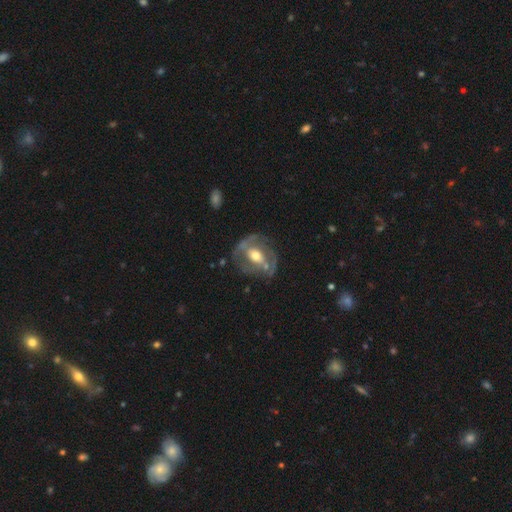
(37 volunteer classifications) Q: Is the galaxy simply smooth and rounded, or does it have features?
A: featured or disk — 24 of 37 (65%).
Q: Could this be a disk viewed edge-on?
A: no — 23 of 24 (96%).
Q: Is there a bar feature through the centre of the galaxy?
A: weak — 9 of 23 (39%).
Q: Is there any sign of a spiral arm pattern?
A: no — 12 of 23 (52%).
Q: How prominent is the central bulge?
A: moderate — 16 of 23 (70%).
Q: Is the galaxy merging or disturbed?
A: none — 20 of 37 (54%).